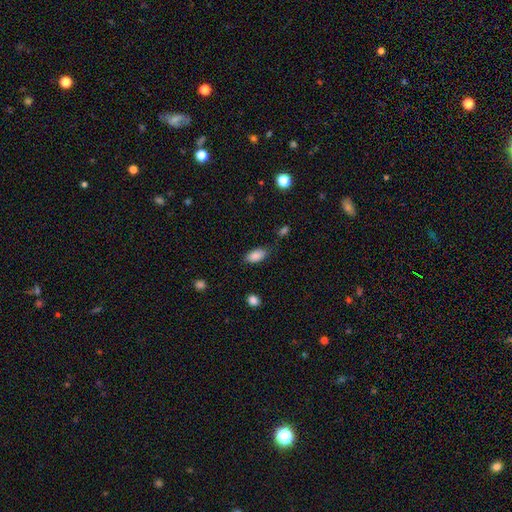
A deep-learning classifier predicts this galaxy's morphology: This appears to be a smooth galaxy with no disk features (88%) that is in between round and cigar-shaped (92%). Merging: none (78%).